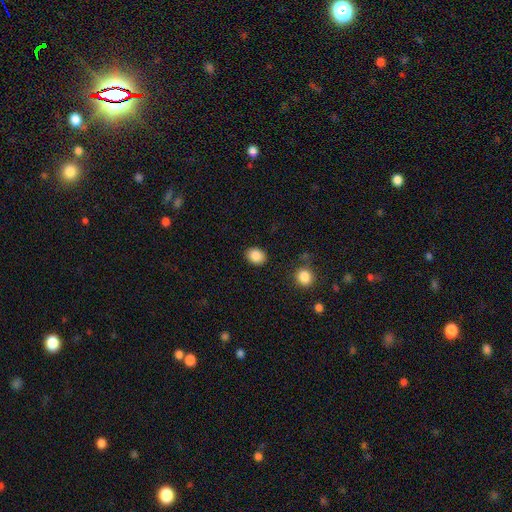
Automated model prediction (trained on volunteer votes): A smooth galaxy with no disk features (87%) that is in between round and cigar-shaped (53%). Merging: none (88%).